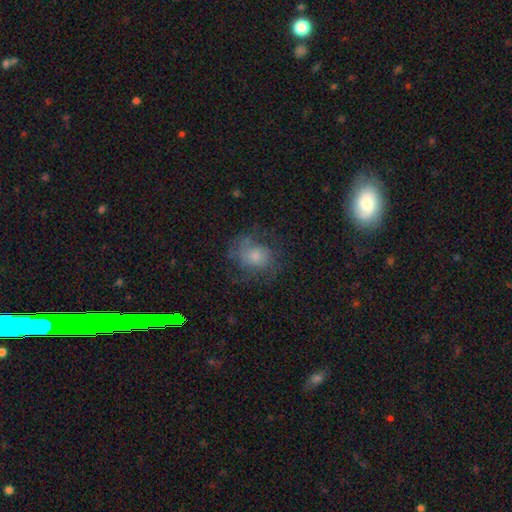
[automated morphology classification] smooth-or-featured: featured or disk: 46% | smooth: 37% | star or artifact: 17%
  merging: none: 62% | minor disturbance: 20% | major disturbance: 16% | merger: 2%